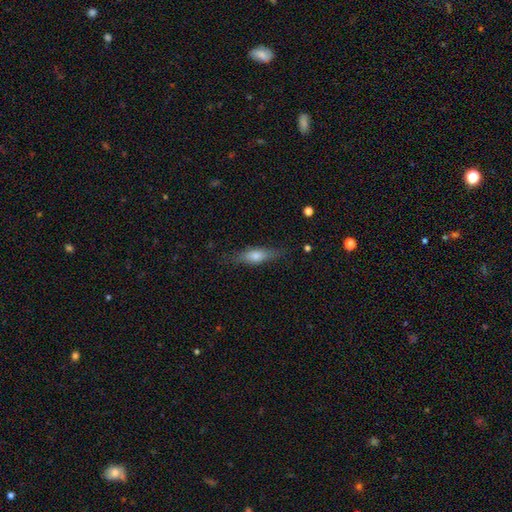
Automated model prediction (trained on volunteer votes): This is likely a smooth galaxy (62%). How rounded: possibly cigar-shaped (50%). Merging: likely none (78%).